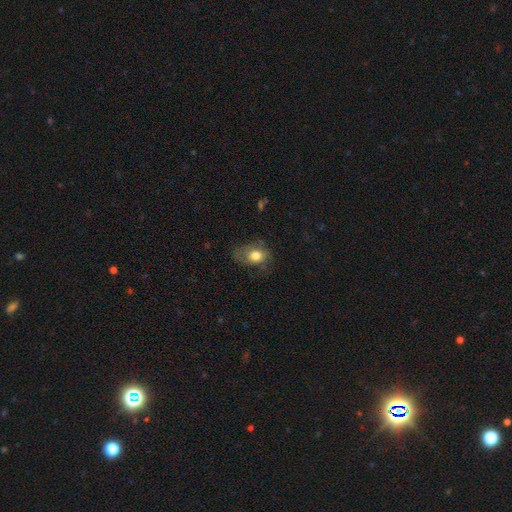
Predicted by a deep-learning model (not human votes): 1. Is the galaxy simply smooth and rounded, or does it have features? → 70% smooth, 21% featured or disk, 9% star or artifact.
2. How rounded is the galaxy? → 68% in between, 31% round, 1% cigar-shaped.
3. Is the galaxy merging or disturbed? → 50% none, 29% minor disturbance, 20% major disturbance, 2% merger.